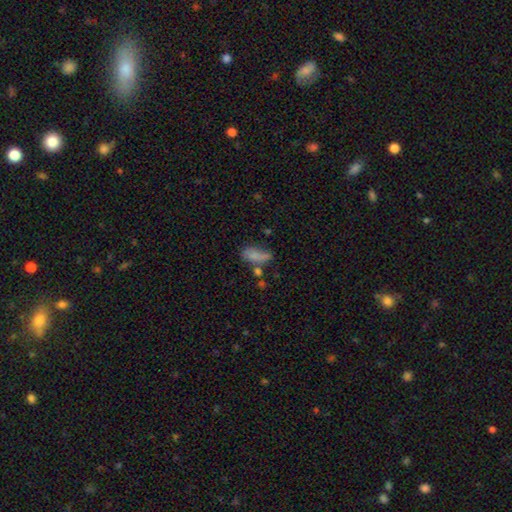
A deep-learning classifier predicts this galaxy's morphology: This appears to be a smooth galaxy with no disk features (74%) that is in between round and cigar-shaped (70%). Merging: none (40%).